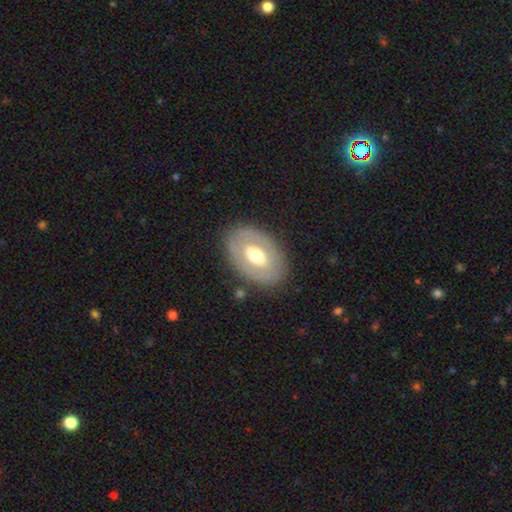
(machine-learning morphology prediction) Overall: featured or disk (53%; smooth 41%). Edge-on disk: no (91%). Merging: none (81%).